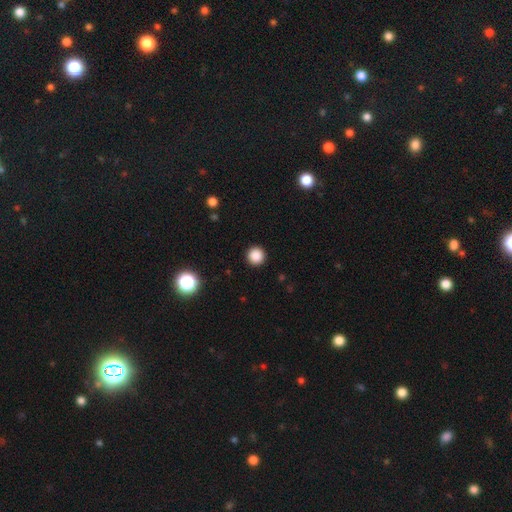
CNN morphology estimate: A smooth galaxy with no disk features (86%) that is round (96%). Merging: none (93%).